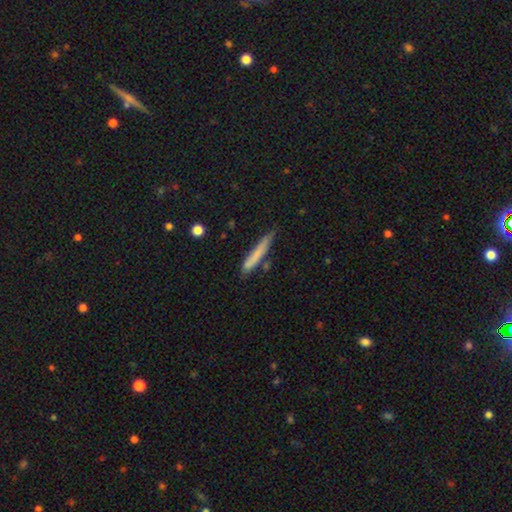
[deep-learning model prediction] Q: Smooth or featured?
A: smooth (74%); runner-up: featured or disk (20%)
Q: How rounded?
A: cigar-shaped (95%); runner-up: in between (4%)
Q: Merging?
A: none (73%); runner-up: minor disturbance (19%)